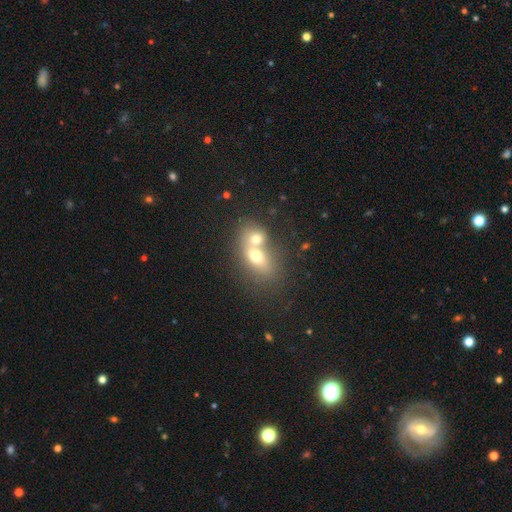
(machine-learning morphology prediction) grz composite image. It shows a smooth galaxy with no disk features (63%) that is in between round and cigar-shaped (66%). Merging: merger (74%).